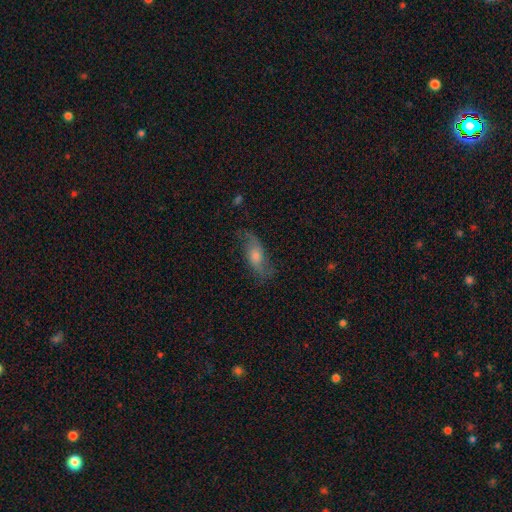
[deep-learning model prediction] Smooth or featured? featured or disk (63%)
Edge-on disk? no (82%)
Bar? no (65%)
Spiral arms? yes (88%)
Bulge size? moderate (56%)
Merging? none (72%)